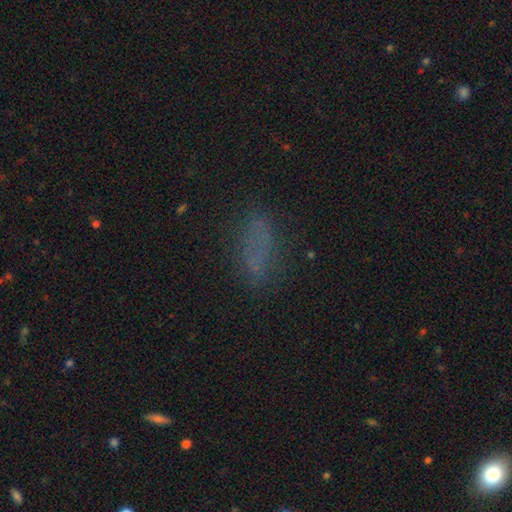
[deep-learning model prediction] Q: Smooth or featured?
A: smooth (66%); runner-up: star or artifact (21%)
Q: How rounded?
A: in between (64%); runner-up: cigar-shaped (31%)
Q: Merging?
A: none (76%); runner-up: minor disturbance (15%)